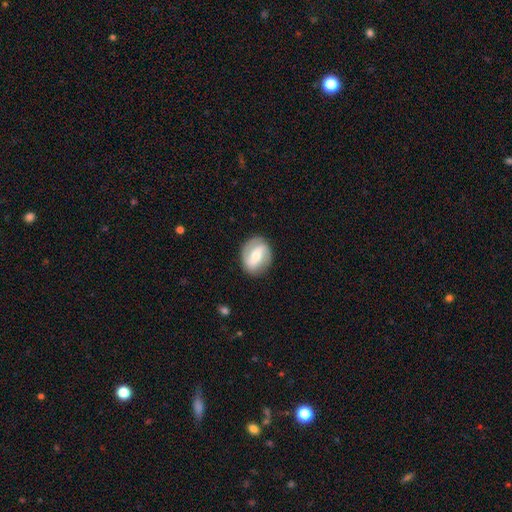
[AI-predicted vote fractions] Smooth or featured?
  - featured or disk: 68% *
  - smooth: 26%
  - star or artifact: 6%
Edge-on disk?
  - no: 96% *
  - yes: 4%
Bar?
  - strong: 40% *
  - weak: 37%
  - no: 23%
Spiral arms?
  - yes: 83% *
  - no: 17%
Spiral winding?
  - medium: 41% *
  - tight: 31%
  - loose: 28%
Spiral arm count?
  - 2: 84% *
  - can't tell: 8%
  - 1: 4%
  - 3: 2%
  - 4: 1%
  - more than 4: 1%
Bulge size?
  - moderate: 59% *
  - small: 32%
  - large: 6%
  - none: 2%
  - dominant: 1%
Merging?
  - none: 83% *
  - minor disturbance: 12%
  - major disturbance: 4%
  - merger: 1%